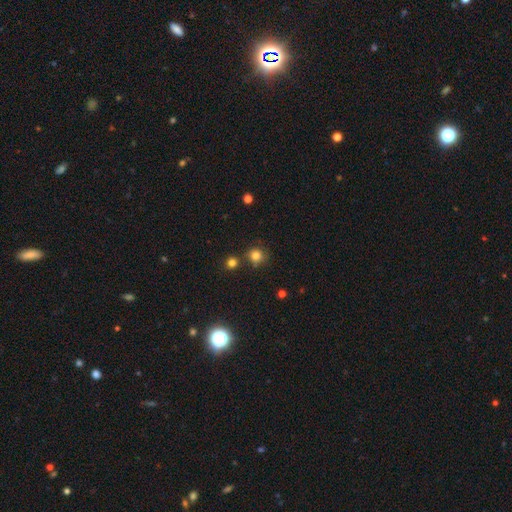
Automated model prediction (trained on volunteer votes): smooth 78%, star or artifact 15%, featured or disk 7%. Down the decision tree: how rounded — round (88%); merging — none (73%).